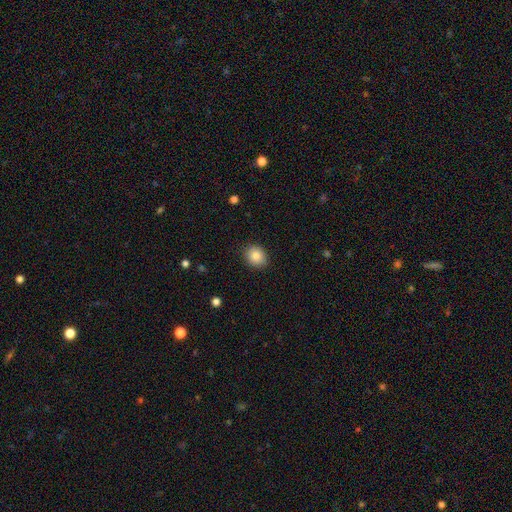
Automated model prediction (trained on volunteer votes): smooth-or-featured: smooth: 85% | star or artifact: 9% | featured or disk: 6%
  how-rounded: round: 62% | in between: 37% | cigar-shaped: 1%
  merging: none: 88% | minor disturbance: 9% | major disturbance: 2% | merger: 1%